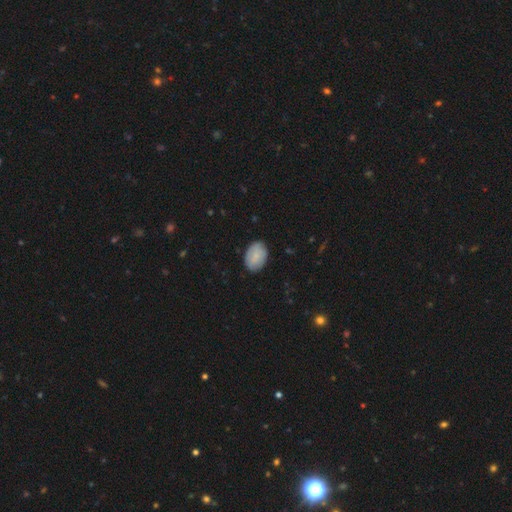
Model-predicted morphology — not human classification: Smooth or featured: smooth — 75% (featured or disk — 18%)
How rounded: in between — 81% (round — 18%)
Merging: none — 83% (minor disturbance — 13%)